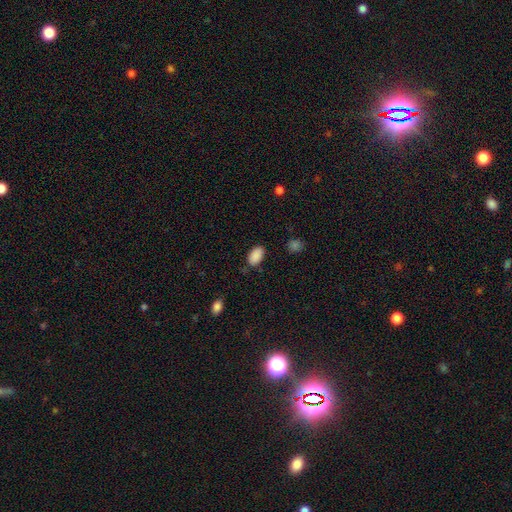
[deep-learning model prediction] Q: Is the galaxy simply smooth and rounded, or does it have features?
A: smooth — 89%.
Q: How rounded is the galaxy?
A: in between — 93%.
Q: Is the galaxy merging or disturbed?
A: none — 80%.